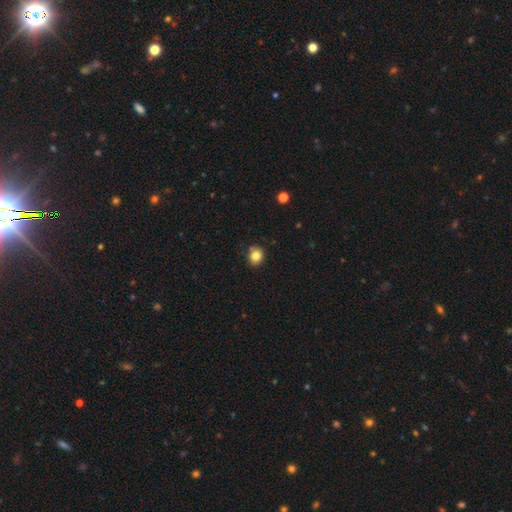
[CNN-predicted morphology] Smooth or featured? smooth (83%)
How rounded? round (65%)
Merging? none (78%)